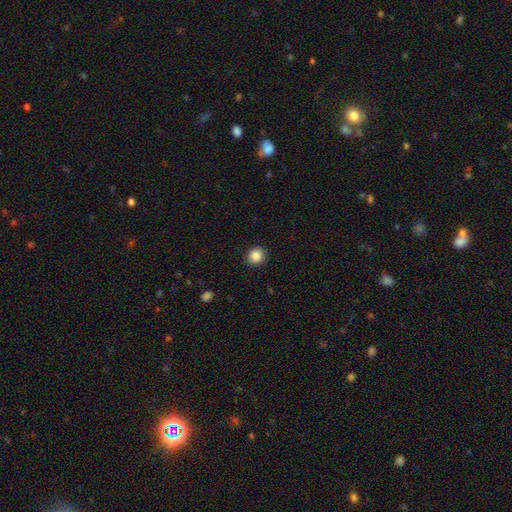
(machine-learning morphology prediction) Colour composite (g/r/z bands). It shows a smooth galaxy with no disk features (87%) that is round (78%). Merging: none (90%).